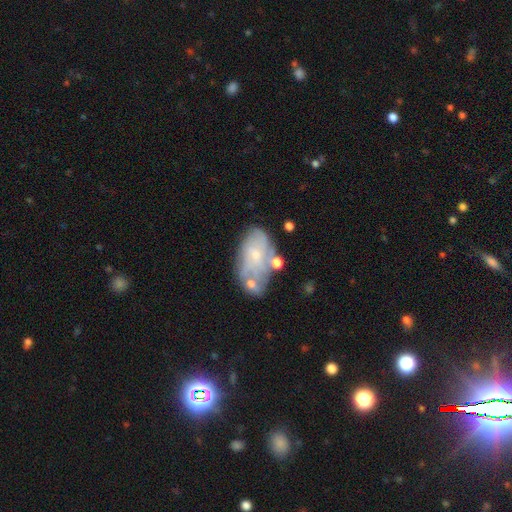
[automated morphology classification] Smooth or featured? Predicted: featured or disk (p=0.58). Edge-on disk? Predicted: no (p=0.96). Bar? Predicted: no (p=0.78). Spiral arms? Predicted: yes (p=0.60). Bulge size? Predicted: small (p=0.72). Merging? Predicted: none (p=0.48).